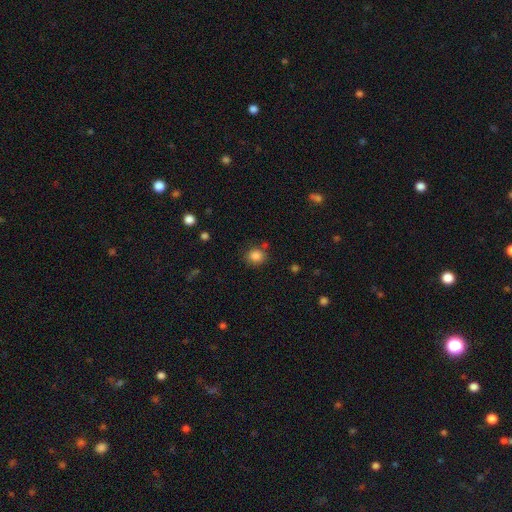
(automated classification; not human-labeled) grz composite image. It shows a smooth galaxy with no disk features (85%) that is round (80%). Merging: none (78%).